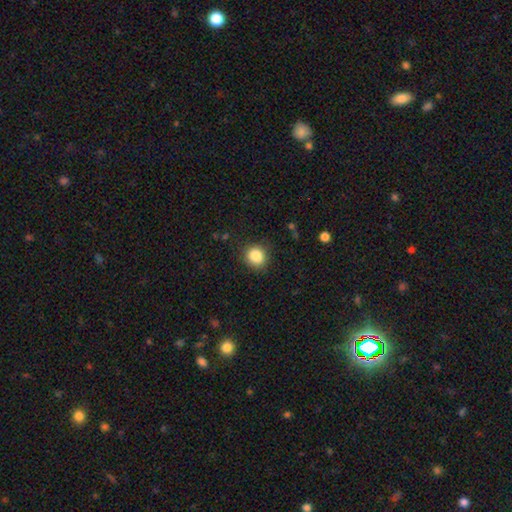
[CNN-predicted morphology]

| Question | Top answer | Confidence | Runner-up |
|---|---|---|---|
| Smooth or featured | smooth | 86% | star or artifact (10%) |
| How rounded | round | 78% | in between (21%) |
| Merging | none | 84% | minor disturbance (12%) |